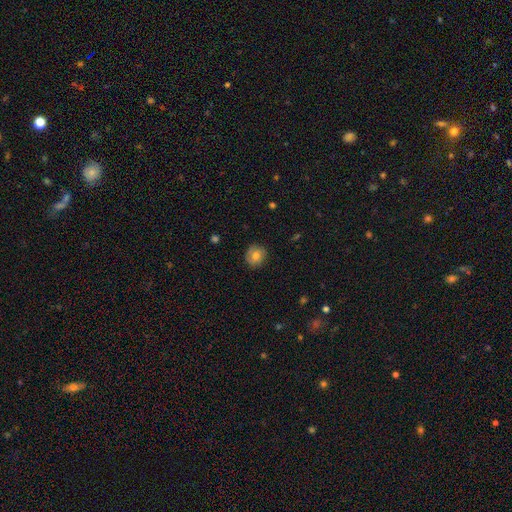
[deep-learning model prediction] smooth-or-featured: smooth: 76% | featured or disk: 15% | star or artifact: 9%
  how-rounded: round: 86% | in between: 13% | cigar-shaped: 1%
  merging: none: 85% | minor disturbance: 12% | major disturbance: 2% | merger: 1%